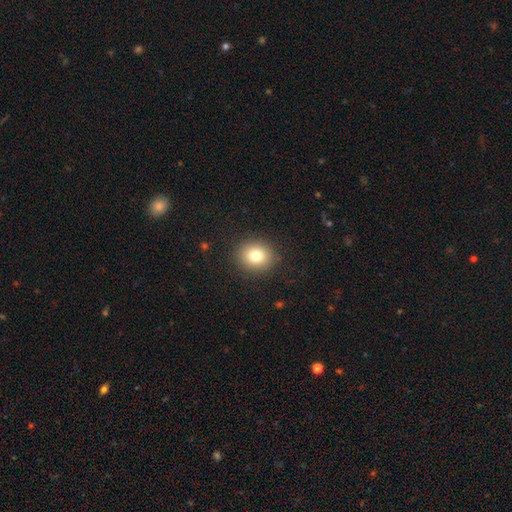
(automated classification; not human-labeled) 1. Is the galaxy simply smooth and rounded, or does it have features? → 79% smooth, 11% star or artifact, 9% featured or disk.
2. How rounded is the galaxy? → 72% round, 27% in between, 1% cigar-shaped.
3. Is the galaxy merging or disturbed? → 90% none, 7% minor disturbance, 3% major disturbance, 1% merger.